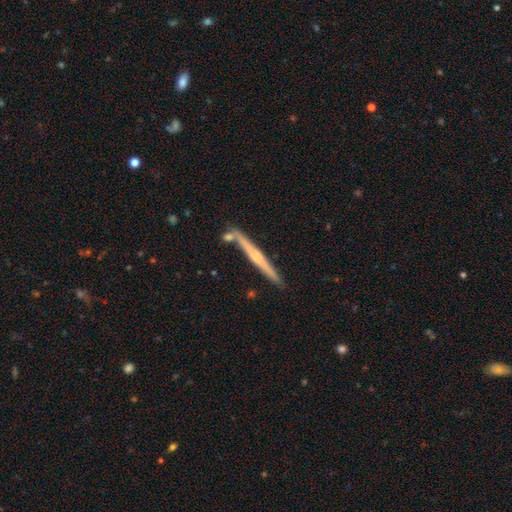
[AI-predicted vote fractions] This appears to be a featured or disk galaxy (64%) viewed edge-on (98%) with a rounded central bulge (58%). Merging: none (83%).